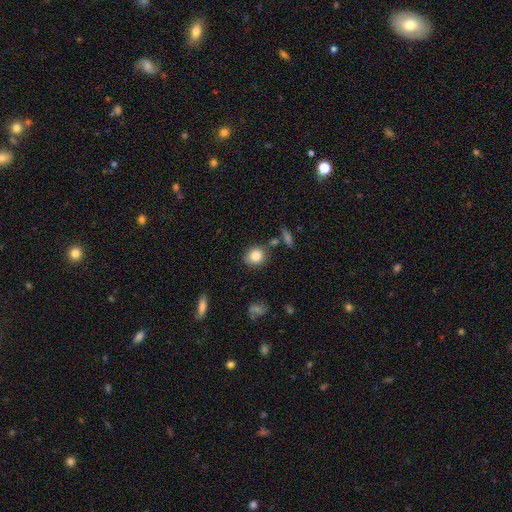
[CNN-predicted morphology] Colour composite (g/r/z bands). It shows a smooth galaxy with no disk features (84%) that is round (78%). Merging: none (77%).